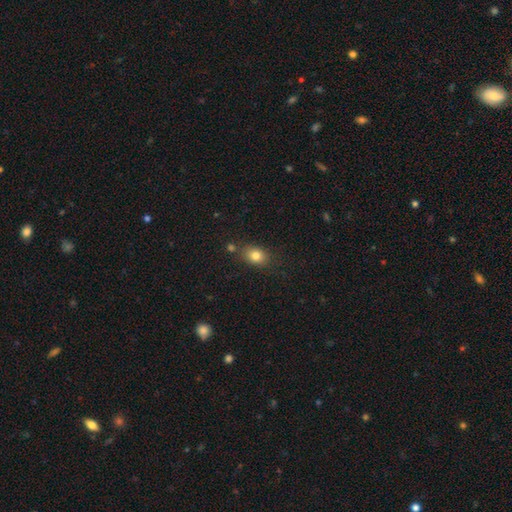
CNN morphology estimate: Smooth or featured?
  - smooth: 80% *
  - star or artifact: 11%
  - featured or disk: 9%
How rounded?
  - in between: 66% *
  - round: 32%
  - cigar-shaped: 2%
Merging?
  - none: 75% *
  - minor disturbance: 14%
  - merger: 7%
  - major disturbance: 4%